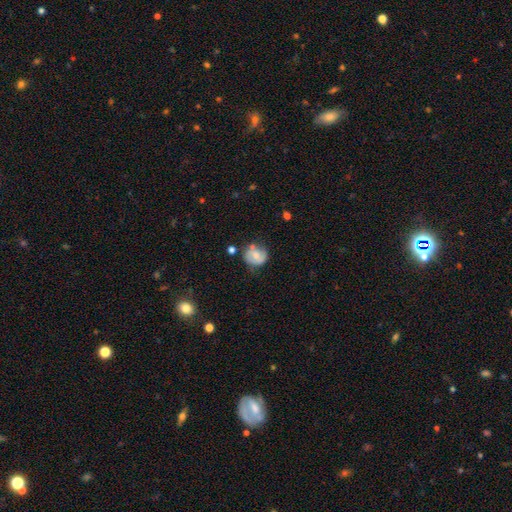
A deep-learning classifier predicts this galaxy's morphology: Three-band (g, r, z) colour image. It shows a featured or disk galaxy (46%). Merging: none (57%).